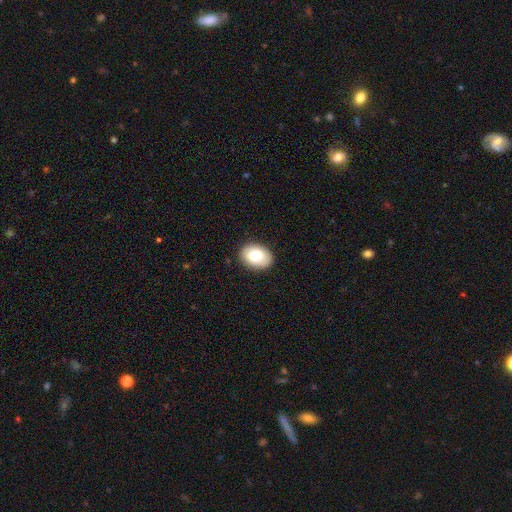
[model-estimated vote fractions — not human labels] Q: Smooth or featured?
A: smooth (78%); runner-up: featured or disk (14%)
Q: How rounded?
A: in between (80%); runner-up: round (19%)
Q: Merging?
A: none (88%); runner-up: minor disturbance (9%)